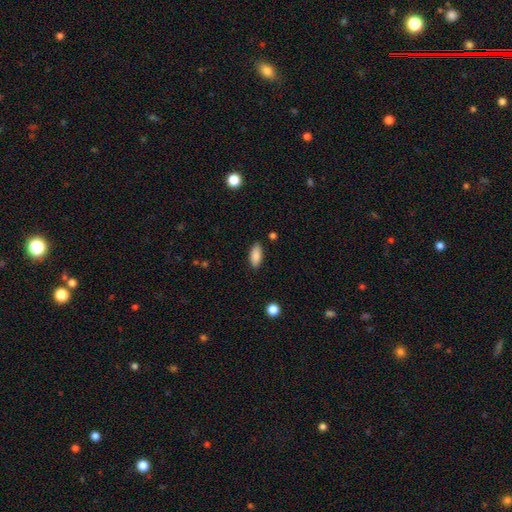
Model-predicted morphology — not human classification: The model was most divided on "how rounded": in between: 85%, cigar-shaped: 12%, round: 2%. More confident: smooth or featured — smooth (87%); merging — none (86%).